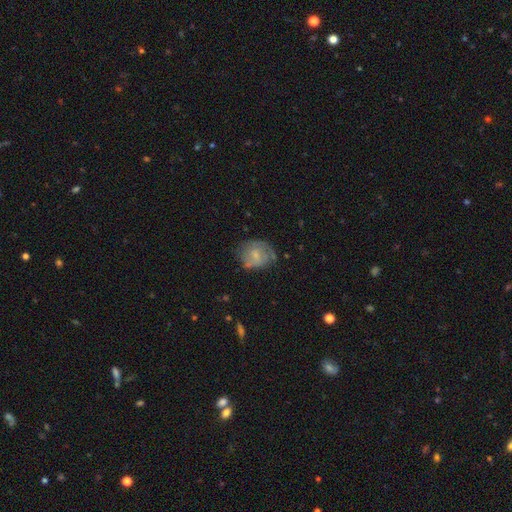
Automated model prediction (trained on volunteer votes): Morphology: type=featured or disk (48%); merging=none (53%).